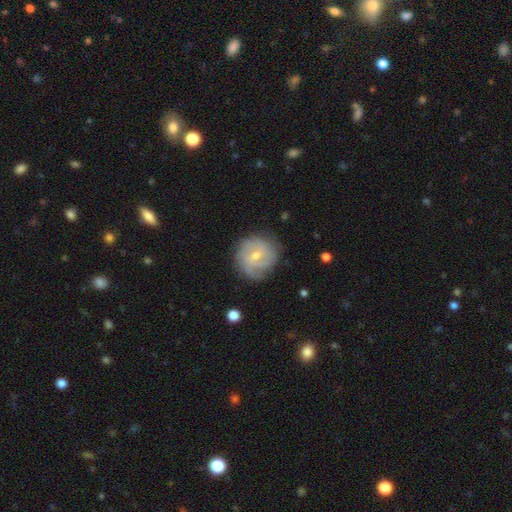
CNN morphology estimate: featured or disk 66%, smooth 28%, star or artifact 7%. Down the decision tree: edge-on disk — no (97%); bar — weak (48%); spiral arms — yes (86%); spiral arm count — can't tell (38%); spiral winding — tight (49%); bulge size — small (55%); merging — none (72%).